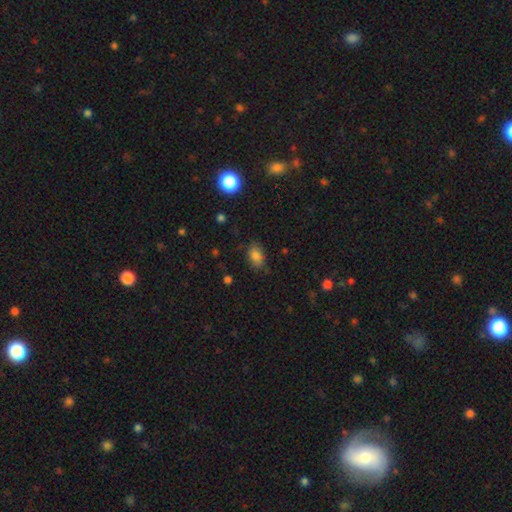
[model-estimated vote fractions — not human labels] This is clearly a smooth galaxy (82%). How rounded: clearly in between (85%). Merging: likely none (75%).